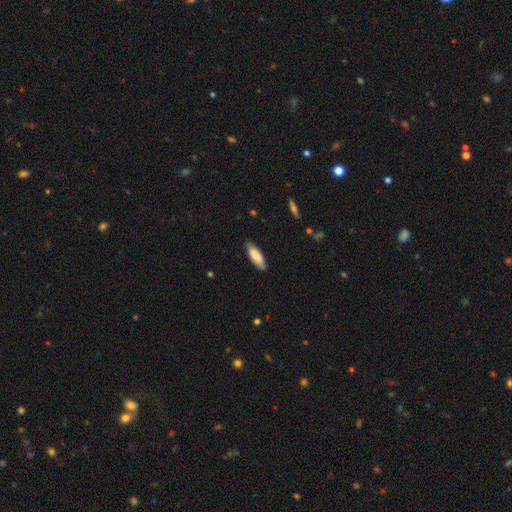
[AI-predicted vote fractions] This is likely a smooth galaxy (77%). How rounded: possibly in between (60%). Merging: clearly none (81%).